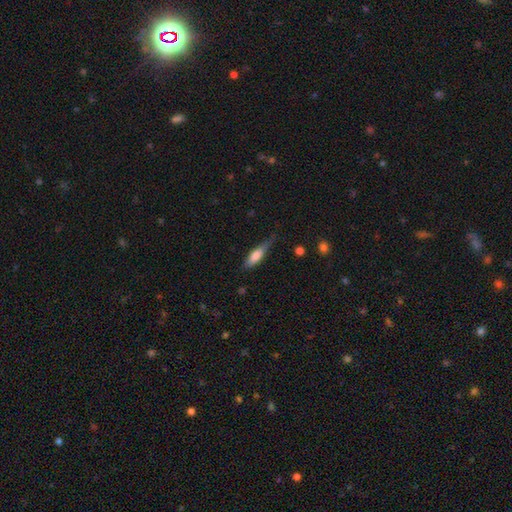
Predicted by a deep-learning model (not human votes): Overall: smooth (72%). How rounded: cigar-shaped (60%; in between 38%). Merging: none (51%; minor disturbance 36%).